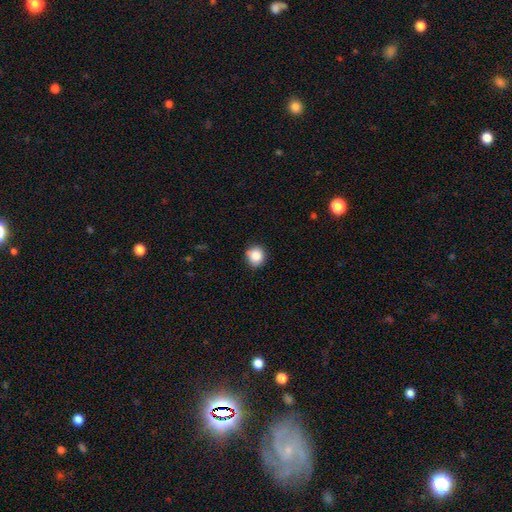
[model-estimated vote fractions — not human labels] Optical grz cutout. It shows a smooth galaxy with no disk features (86%) that is round (87%). Merging: none (81%).